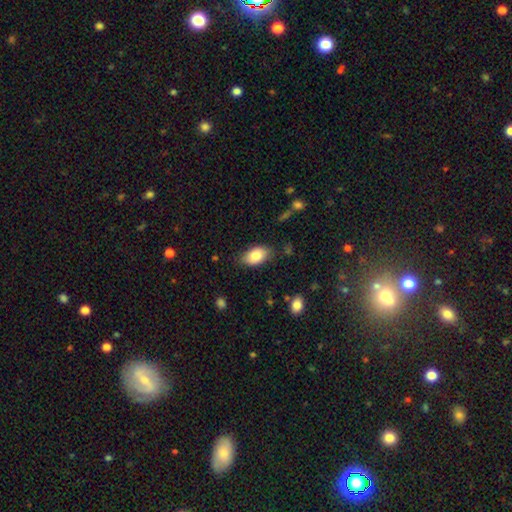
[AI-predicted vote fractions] Smooth or featured? smooth (84%)
How rounded? in between (93%)
Merging? none (80%)